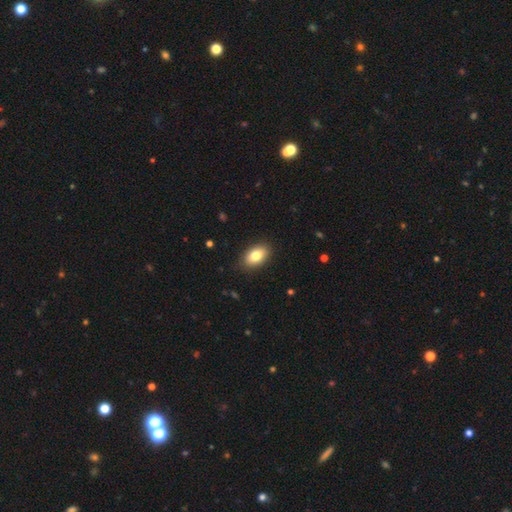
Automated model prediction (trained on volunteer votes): The model was most divided on "smooth or featured": smooth: 81%, featured or disk: 11%, star or artifact: 7%. More confident: how rounded — in between (90%); merging — none (88%).